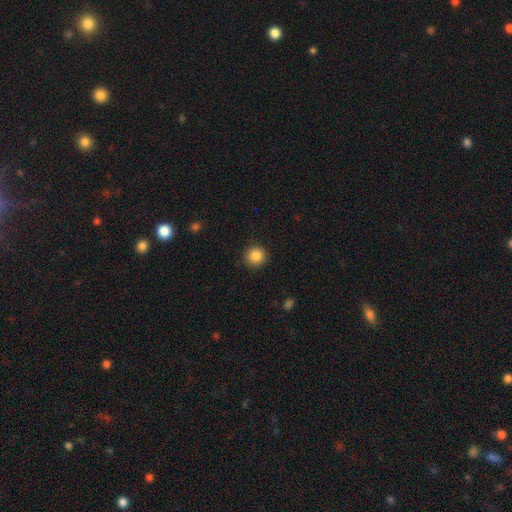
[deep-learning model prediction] This appears to be a smooth galaxy with no disk features (86%) that is round (94%). Merging: none (90%).